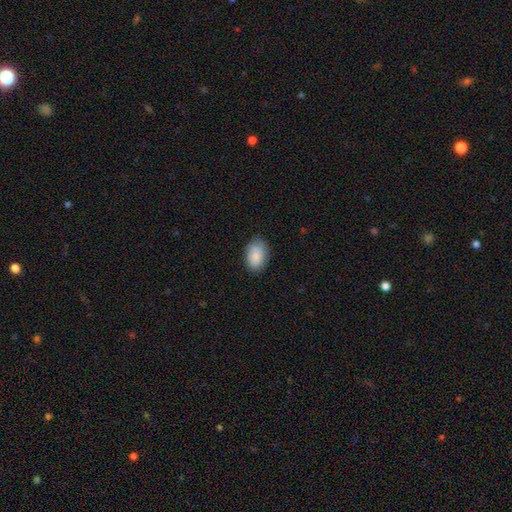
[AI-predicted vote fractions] A smooth galaxy with no disk features (85%) that is in between round and cigar-shaped (86%). Merging: none (80%).